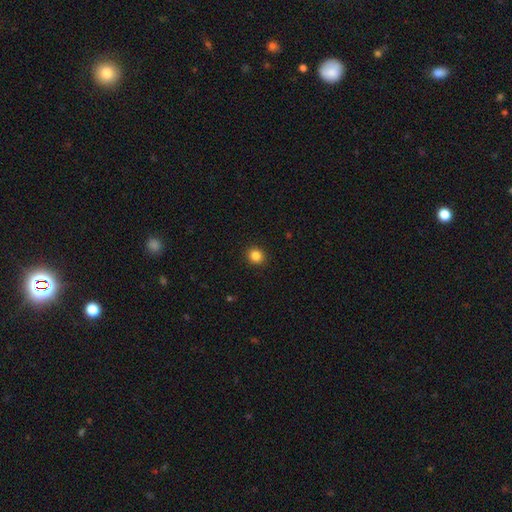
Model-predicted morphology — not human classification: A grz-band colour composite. It shows a smooth galaxy with no disk features (85%) that is round (83%). Merging: none (92%).